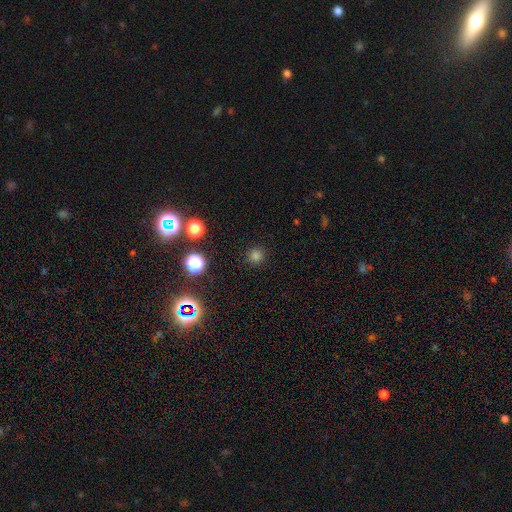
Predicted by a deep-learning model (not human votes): This is likely a smooth galaxy (77%). How rounded: clearly round (95%). Merging: clearly none (90%).